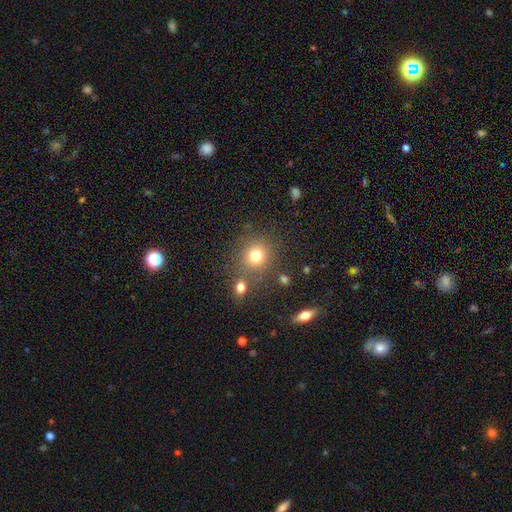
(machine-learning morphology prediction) The model was most divided on "smooth or featured": smooth: 78%, star or artifact: 14%, featured or disk: 8%. More confident: how rounded — round (87%); merging — none (75%).